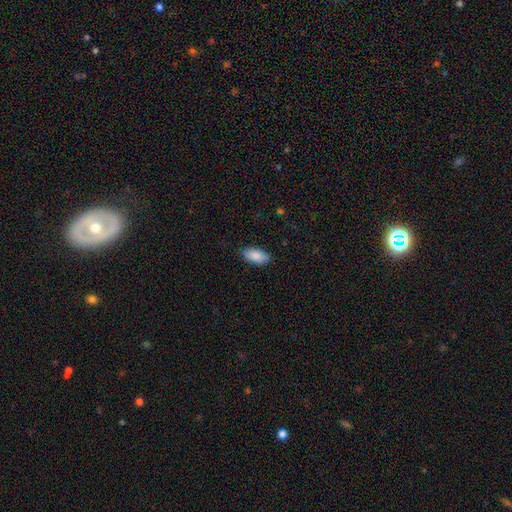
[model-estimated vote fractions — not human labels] The model was most divided on "merging": none: 87%, minor disturbance: 10%, major disturbance: 2%, merger: 1%. More confident: how rounded — in between (92%); smooth or featured — smooth (88%).